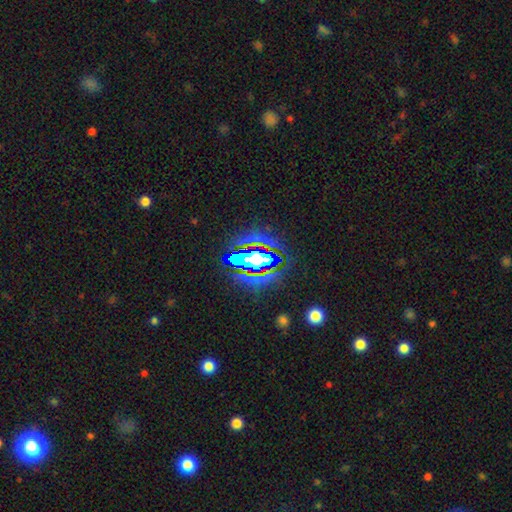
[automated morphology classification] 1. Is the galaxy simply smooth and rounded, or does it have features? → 59% star or artifact, 23% smooth, 19% featured or disk.